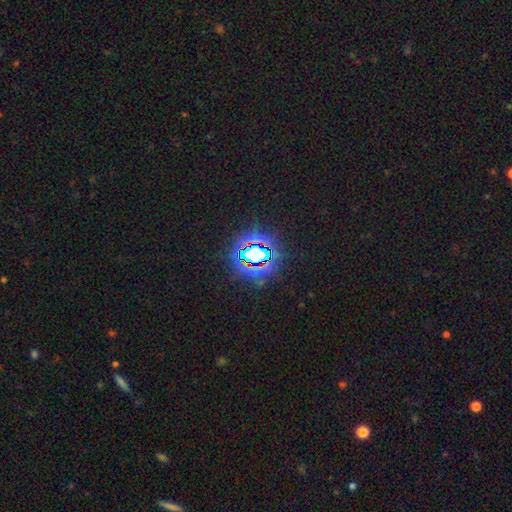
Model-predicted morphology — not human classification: smooth-or-featured: star or artifact: 74% | smooth: 15% | featured or disk: 11%